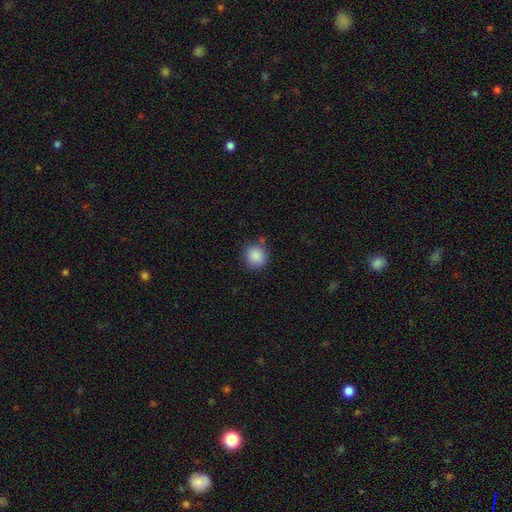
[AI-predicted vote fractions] smooth_or_featured: smooth (p=0.88) [alt: star or artifact p=0.09]
how_rounded: round (p=0.88) [alt: in between p=0.11]
merging: none (p=0.81) [alt: minor disturbance p=0.12]